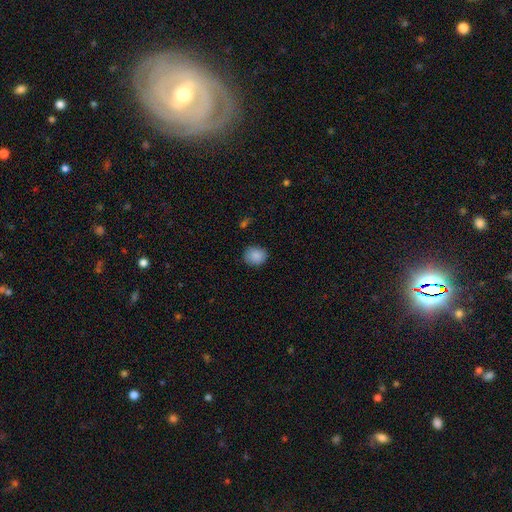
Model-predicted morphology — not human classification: smooth 88%, star or artifact 8%, featured or disk 4%. Down the decision tree: how rounded — round (72%); merging — none (81%).